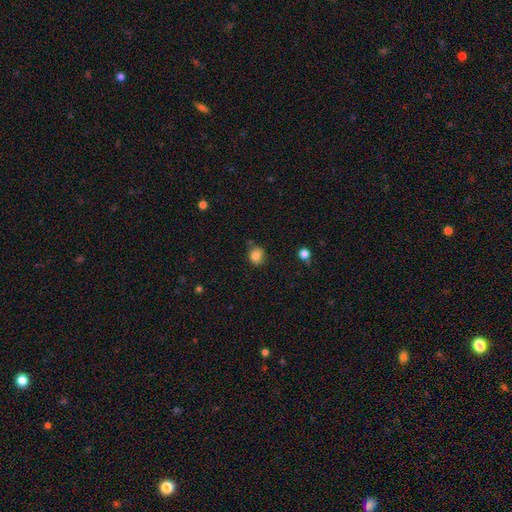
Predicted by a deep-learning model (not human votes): A smooth galaxy with no disk features (83%) that is round (74%). Merging: none (73%).